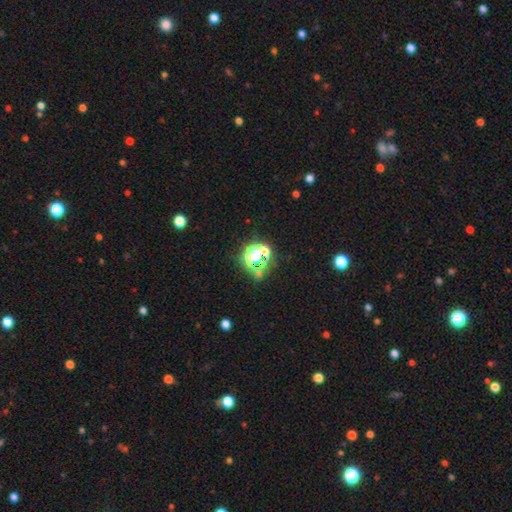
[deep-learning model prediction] Smooth or featured? Predicted: star or artifact (p=0.69).